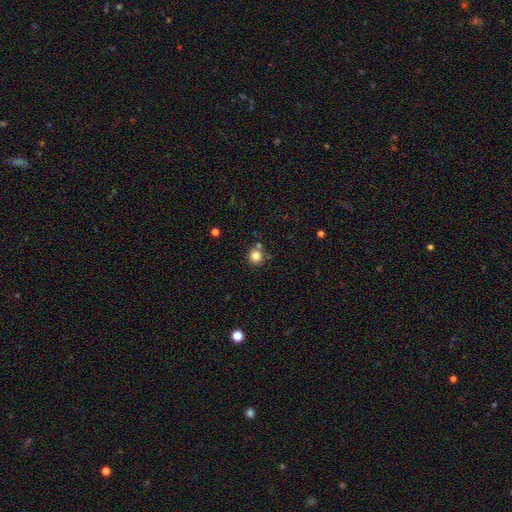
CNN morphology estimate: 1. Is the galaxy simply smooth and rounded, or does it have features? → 83% smooth, 12% star or artifact, 5% featured or disk.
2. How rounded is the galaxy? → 92% round, 7% in between, 1% cigar-shaped.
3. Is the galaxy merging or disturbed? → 75% none, 13% merger, 9% minor disturbance, 3% major disturbance.